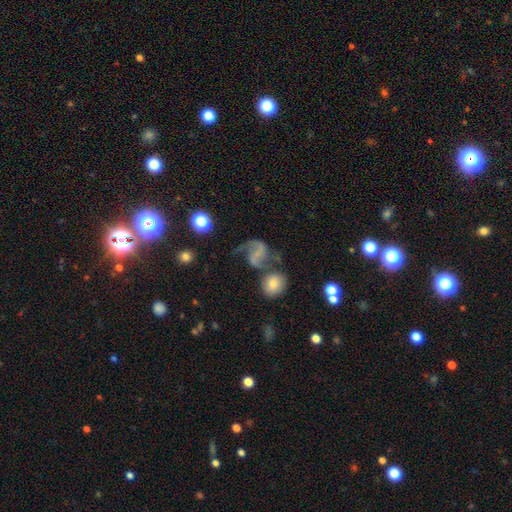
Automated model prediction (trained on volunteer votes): Smooth or featured?
  - featured or disk: 66% *
  - smooth: 23%
  - star or artifact: 11%
Edge-on disk?
  - no: 98% *
  - yes: 2%
Bar?
  - no: 39% * (tied)
  - weak: 39% * (tied)
  - strong: 22%
Spiral arms?
  - yes: 88% *
  - no: 12%
Spiral winding?
  - loose: 66% *
  - medium: 28%
  - tight: 6%
Spiral arm count?
  - 2: 78% *
  - 1: 16%
  - can't tell: 3%
  - 3: 1%
  - 4: 1%
  - more than 4: 1%
Bulge size?
  - none: 51% *
  - small: 32%
  - moderate: 12%
  - large: 3%
  - dominant: 2%
Merging?
  - none: 39% *
  - major disturbance: 24%
  - merger: 21%
  - minor disturbance: 17%